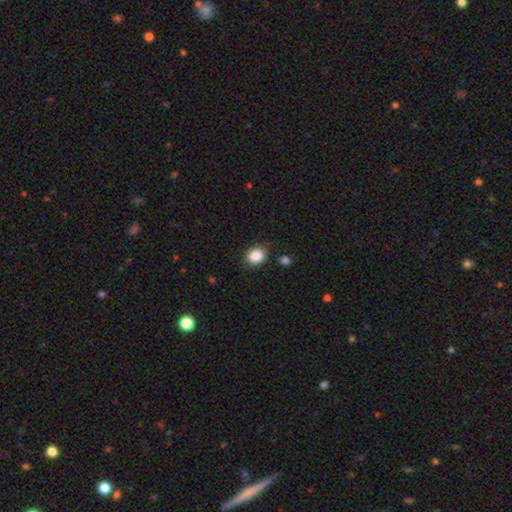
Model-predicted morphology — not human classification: type=smooth (87%); roundness=round (57%); merging=none (81%).